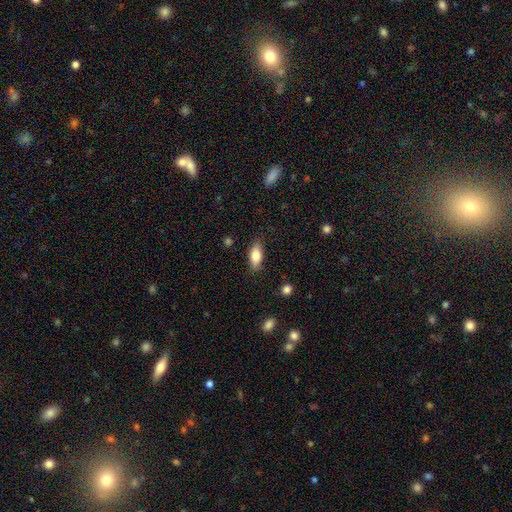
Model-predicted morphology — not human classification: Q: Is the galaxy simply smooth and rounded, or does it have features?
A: smooth — 78%.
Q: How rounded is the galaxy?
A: in between — 79%.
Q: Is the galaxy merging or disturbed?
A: none — 83%.